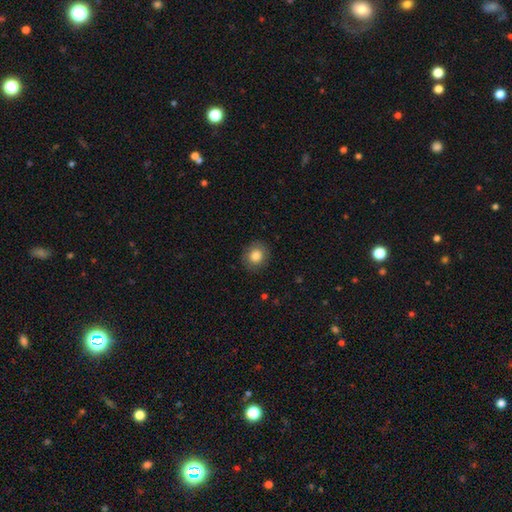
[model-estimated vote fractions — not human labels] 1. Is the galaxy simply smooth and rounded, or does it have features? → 83% smooth, 9% star or artifact, 8% featured or disk.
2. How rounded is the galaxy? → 81% round, 18% in between, 1% cigar-shaped.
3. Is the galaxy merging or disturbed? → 87% none, 9% minor disturbance, 3% major disturbance, 1% merger.